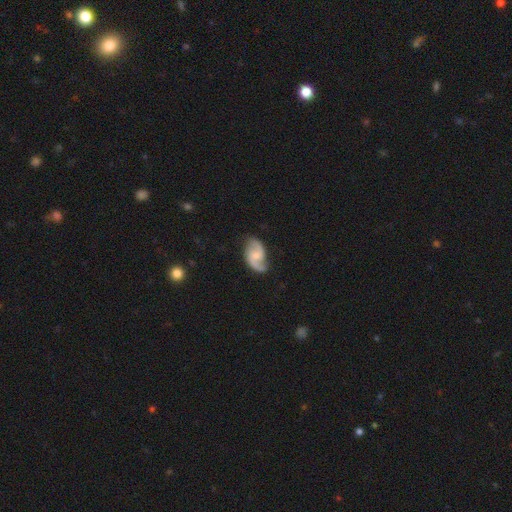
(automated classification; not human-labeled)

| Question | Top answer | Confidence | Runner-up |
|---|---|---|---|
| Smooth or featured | featured or disk | 85% | smooth (10%) |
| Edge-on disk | no | 98% | yes (2%) |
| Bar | weak | 46% | no (45%) |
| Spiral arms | yes | 97% | no (3%) |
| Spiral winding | loose | 47% | medium (42%) |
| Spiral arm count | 2 | 92% | can't tell (3%) |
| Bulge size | small | 47% | moderate (31%) |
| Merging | none | 76% | minor disturbance (17%) |